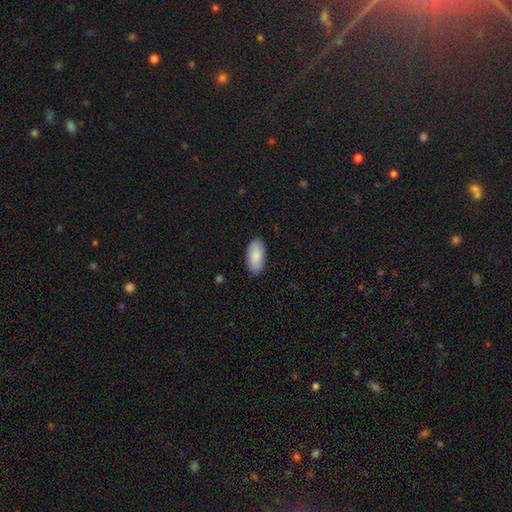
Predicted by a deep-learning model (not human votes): Smooth or featured: smooth — 86% (featured or disk — 8%)
How rounded: in between — 94% (cigar-shaped — 4%)
Merging: none — 86% (minor disturbance — 11%)